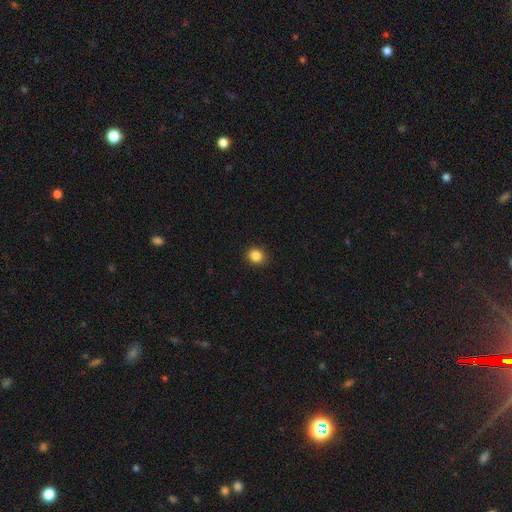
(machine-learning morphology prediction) A smooth galaxy with no disk features (86%) that is round (83%). Merging: none (91%).